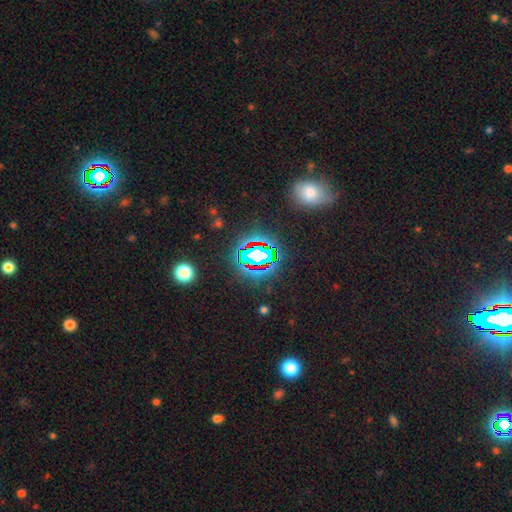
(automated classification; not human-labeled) The model was most divided on "smooth or featured": star or artifact: 75%, smooth: 15%, featured or disk: 9%.